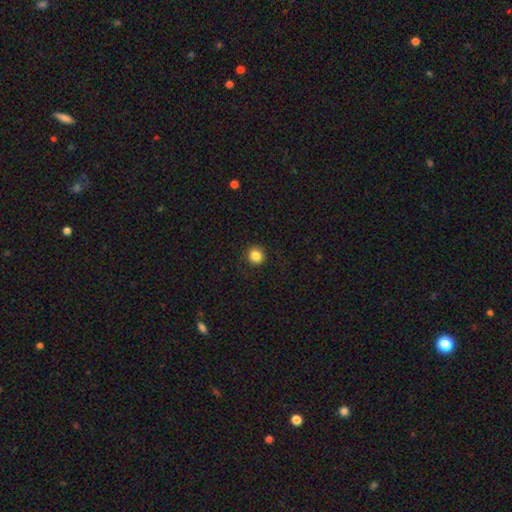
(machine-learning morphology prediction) Smooth or featured? Predicted: smooth (p=0.85). How rounded? Predicted: round (p=0.92). Merging? Predicted: none (p=0.92).